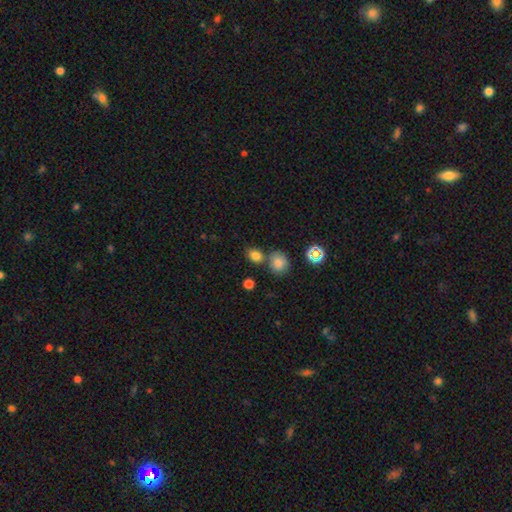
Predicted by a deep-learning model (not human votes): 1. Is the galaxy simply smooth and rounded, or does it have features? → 79% smooth, 14% star or artifact, 7% featured or disk.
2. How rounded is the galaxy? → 53% in between, 46% round, 1% cigar-shaped.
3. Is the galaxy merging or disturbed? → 59% none, 26% merger, 11% minor disturbance, 4% major disturbance.